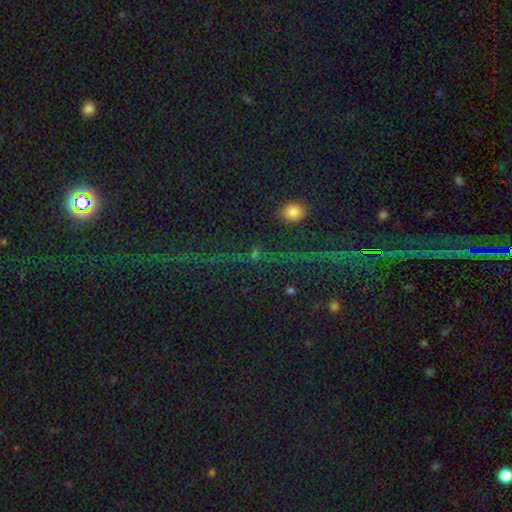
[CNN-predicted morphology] Q: Smooth or featured?
A: star or artifact (65%); runner-up: smooth (24%)